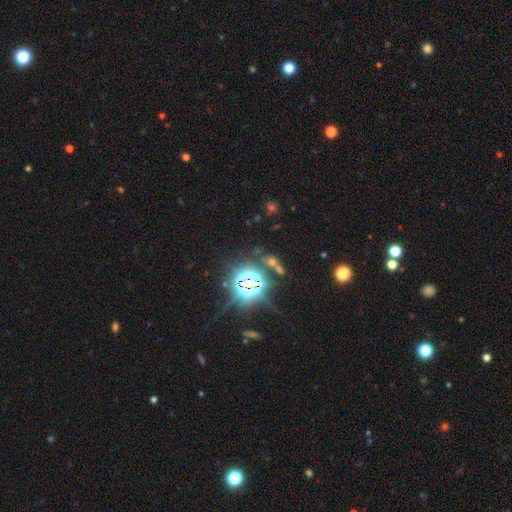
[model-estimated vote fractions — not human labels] The model was most divided on "smooth or featured": star or artifact: 84%, smooth: 9%, featured or disk: 7%.